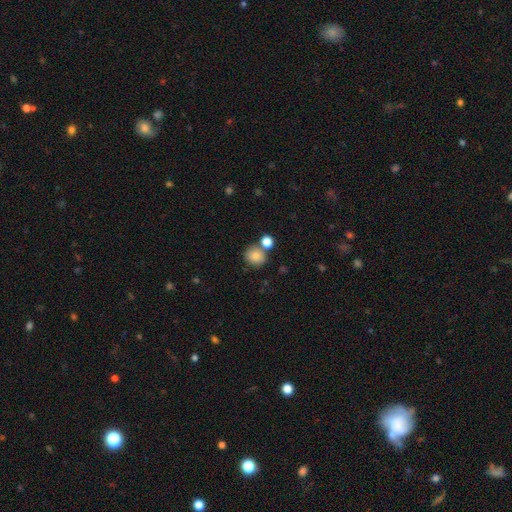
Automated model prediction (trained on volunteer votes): This appears to be a smooth galaxy with no disk features (84%) that is round (84%). Merging: none (66%).